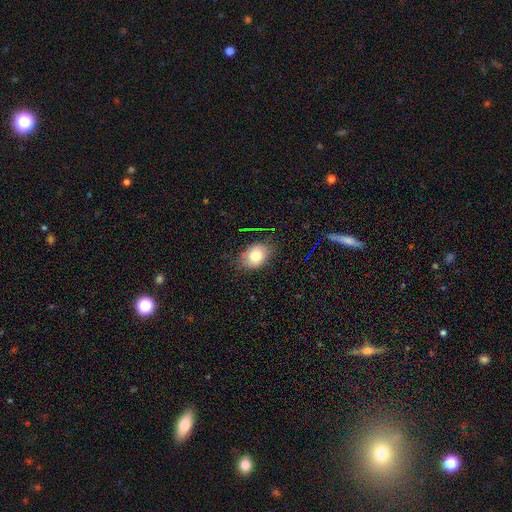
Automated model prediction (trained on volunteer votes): Smooth or featured: smooth — 79% (featured or disk — 12%)
How rounded: in between — 77% (round — 22%)
Merging: none — 76% (minor disturbance — 18%)